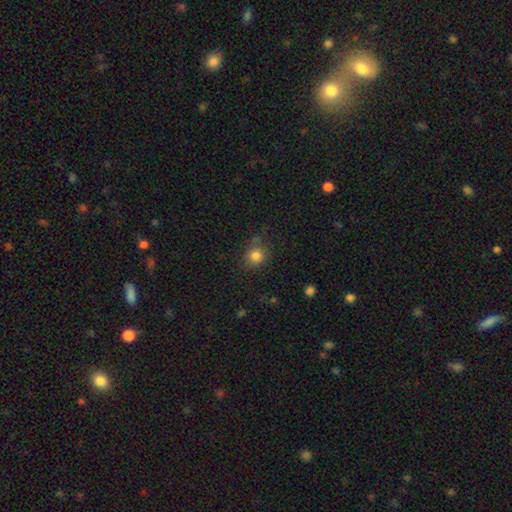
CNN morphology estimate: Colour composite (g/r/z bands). It shows a smooth galaxy with no disk features (82%) that is round (82%). Merging: none (73%).